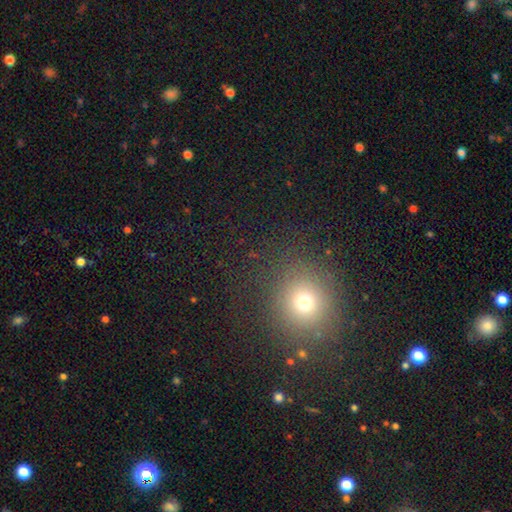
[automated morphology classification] type=smooth (58%); roundness=round (86%); merging=none (89%).